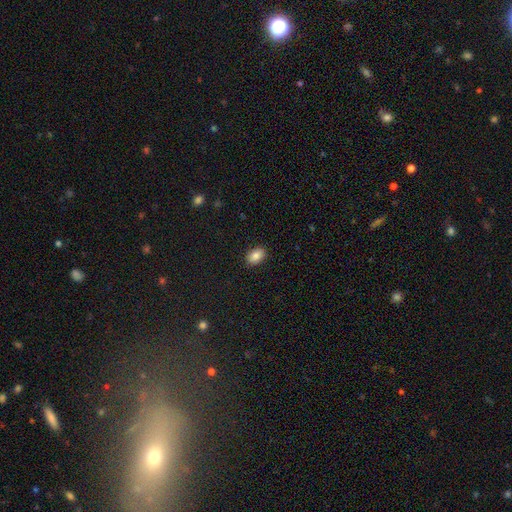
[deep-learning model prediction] This appears to be a smooth galaxy with no disk features (85%) that is in between round and cigar-shaped (85%). Merging: none (89%).